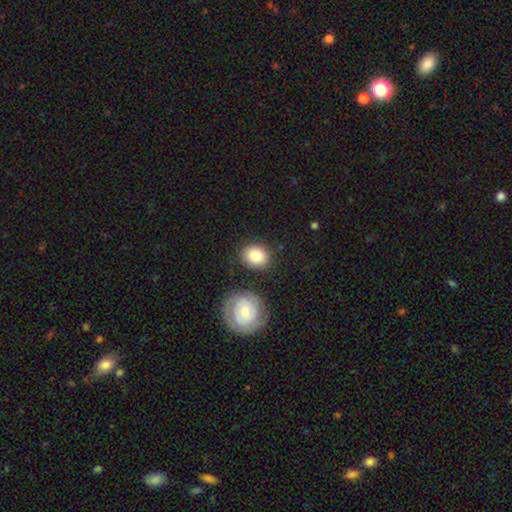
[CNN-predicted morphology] smooth 83%, featured or disk 9%, star or artifact 7%. Down the decision tree: how rounded — round (65%); merging — none (80%).